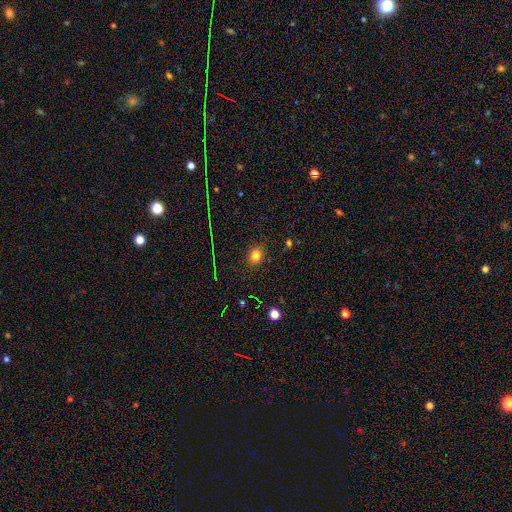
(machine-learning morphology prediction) The model was most divided on "how rounded": round: 51%, in between: 47%, cigar-shaped: 1%. More confident: merging — none (84%); smooth or featured — smooth (78%).